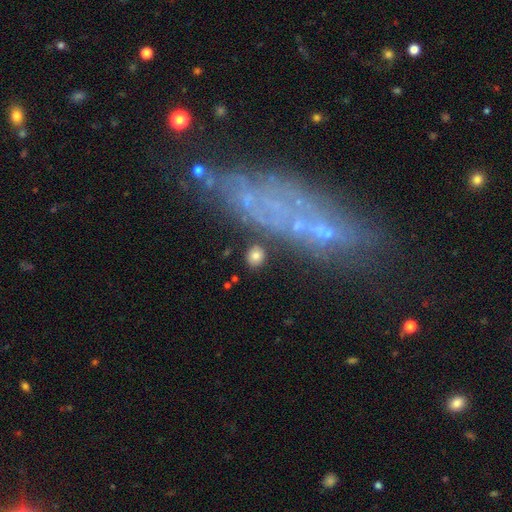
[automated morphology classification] Overall: smooth (79%). How rounded: round (73%). Merging: none (83%).